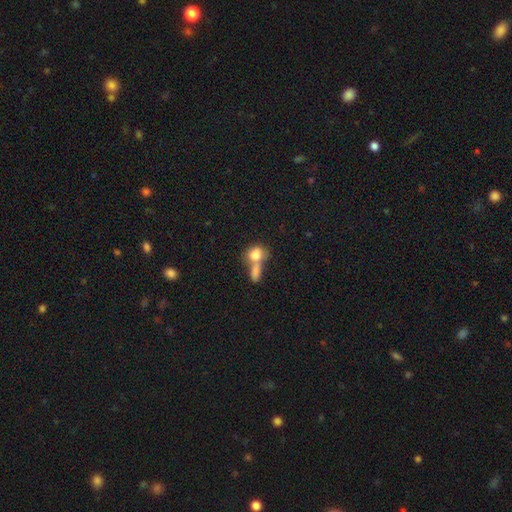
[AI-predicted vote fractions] smooth 78%, featured or disk 13%, star or artifact 8%. Down the decision tree: how rounded — in between (55%); merging — merger (62%).